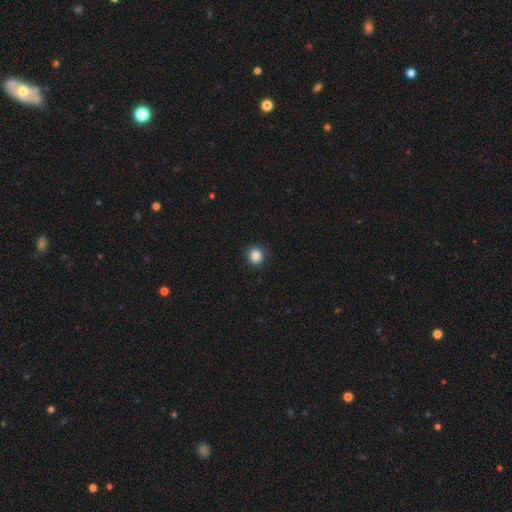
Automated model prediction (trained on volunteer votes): This is clearly a smooth galaxy (88%). How rounded: likely round (80%). Merging: clearly none (89%).